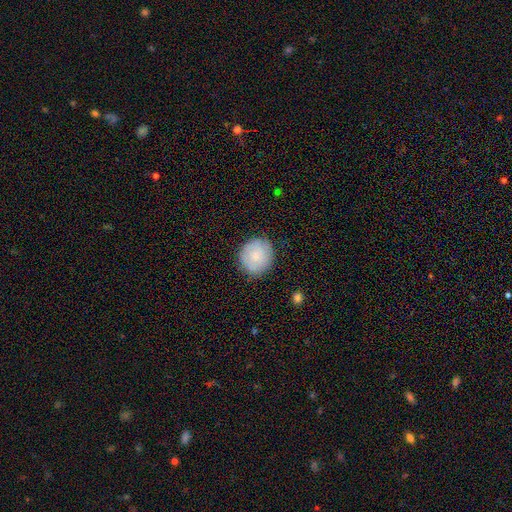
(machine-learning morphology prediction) Overall: smooth (78%). How rounded: round (82%). Merging: none (83%).